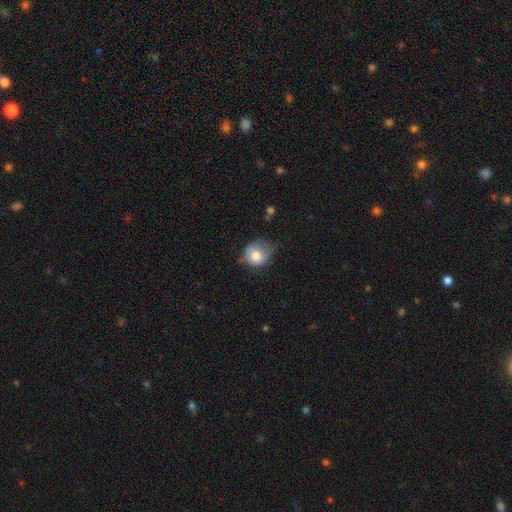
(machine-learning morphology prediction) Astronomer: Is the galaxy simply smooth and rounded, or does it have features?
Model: smooth — 72%.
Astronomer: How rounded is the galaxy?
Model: round — 65%.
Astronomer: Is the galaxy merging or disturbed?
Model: none — 41% (runner-up: minor disturbance, 39%).